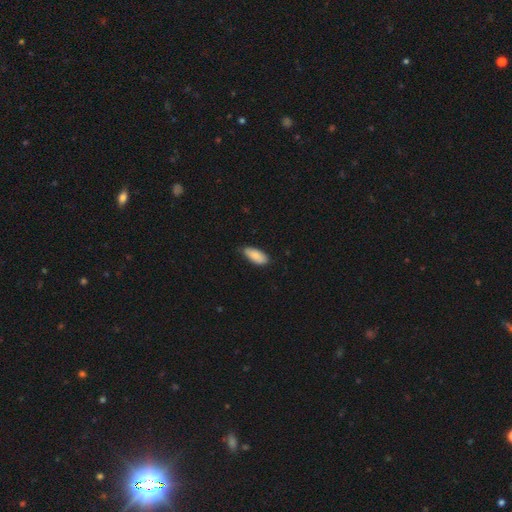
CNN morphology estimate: A smooth galaxy with no disk features (86%) that is in between round and cigar-shaped (89%). Merging: none (73%).